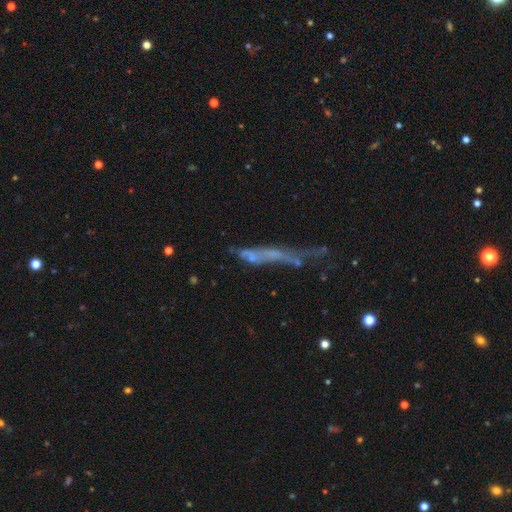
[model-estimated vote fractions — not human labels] The model was most divided on "merging": major disturbance: 34%, none: 26%, merger: 24%, minor disturbance: 17%. Remaining: smooth or featured — featured or disk (49%).